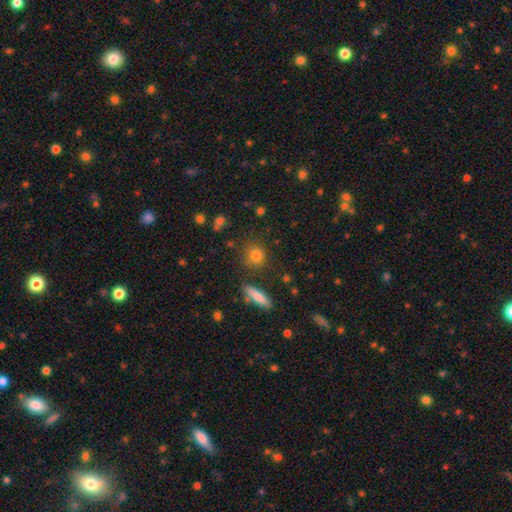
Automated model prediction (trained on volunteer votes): This is likely a smooth galaxy (78%). How rounded: clearly round (80%). Merging: clearly none (83%).